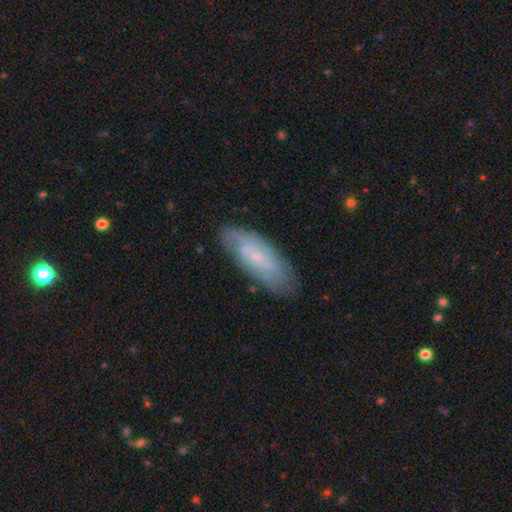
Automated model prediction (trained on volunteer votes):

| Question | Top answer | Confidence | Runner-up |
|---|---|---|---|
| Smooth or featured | featured or disk | 63% | smooth (30%) |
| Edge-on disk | no | 87% | yes (13%) |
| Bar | no | 64% | weak (30%) |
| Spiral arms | yes | 82% | no (18%) |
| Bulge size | small | 76% | moderate (14%) |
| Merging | none | 77% | minor disturbance (18%) |